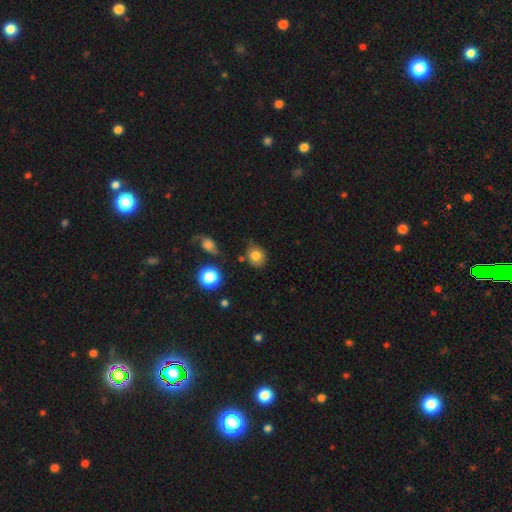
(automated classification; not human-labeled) This appears to be a smooth galaxy with no disk features (80%) that is round (60%). Merging: none (68%).